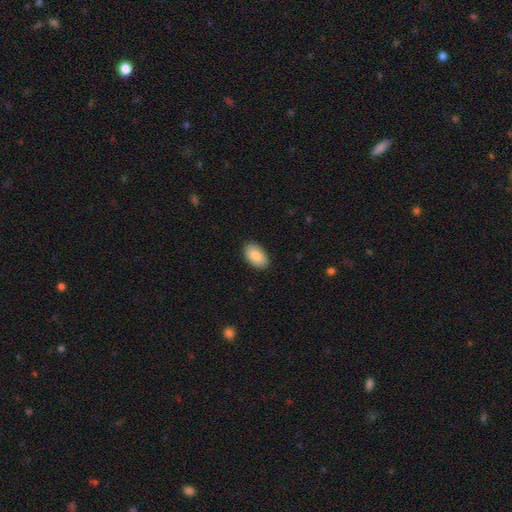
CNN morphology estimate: smooth-or-featured: smooth: 88% | star or artifact: 6% | featured or disk: 6%
  how-rounded: in between: 95% | round: 3% | cigar-shaped: 1%
  merging: none: 89% | minor disturbance: 8% | major disturbance: 2% | merger: 1%